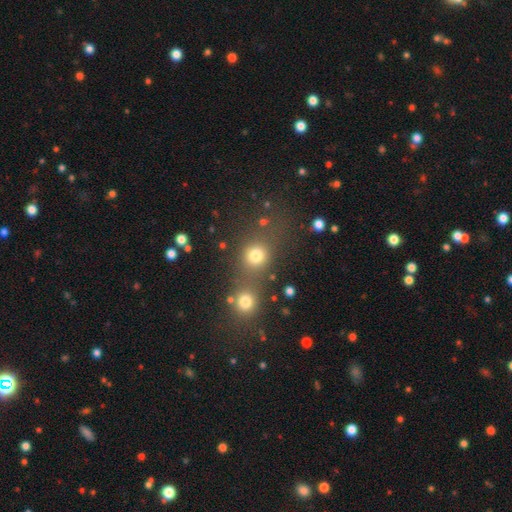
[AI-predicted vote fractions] smooth_or_featured: smooth (p=0.78) [alt: star or artifact p=0.15]
how_rounded: round (p=0.80) [alt: in between p=0.19]
merging: none (p=0.46) [alt: merger p=0.41]